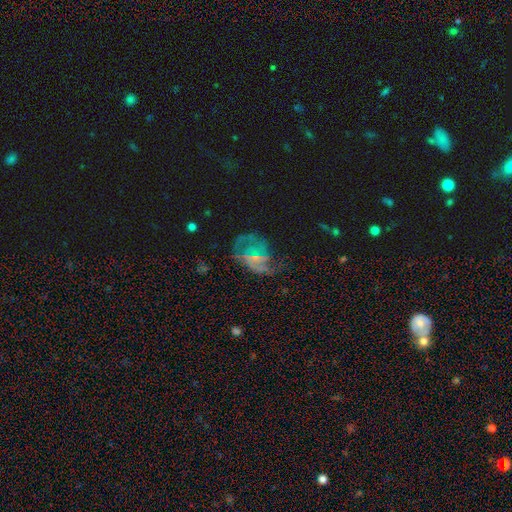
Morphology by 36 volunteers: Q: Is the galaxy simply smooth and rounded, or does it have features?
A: featured or disk — 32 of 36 (89%).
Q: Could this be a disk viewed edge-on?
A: no — 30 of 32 (94%).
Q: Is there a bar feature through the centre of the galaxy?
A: no — 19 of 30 (63%).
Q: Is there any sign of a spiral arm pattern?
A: yes — 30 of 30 (100%).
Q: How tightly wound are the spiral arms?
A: tight — 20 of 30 (67%).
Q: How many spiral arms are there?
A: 2 — 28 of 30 (93%).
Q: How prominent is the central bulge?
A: moderate — 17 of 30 (57%).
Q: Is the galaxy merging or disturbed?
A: none — 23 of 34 (68%).